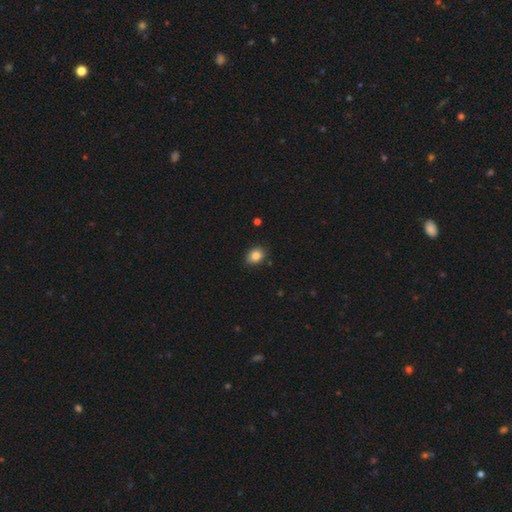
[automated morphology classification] A smooth galaxy with no disk features (85%) that is in between round and cigar-shaped (62%). Merging: none (87%).